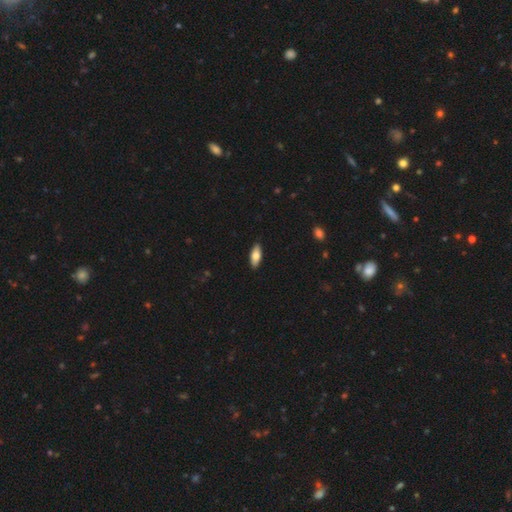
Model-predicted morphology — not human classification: type=smooth (76%); roundness=in between (77%); merging=none (90%).